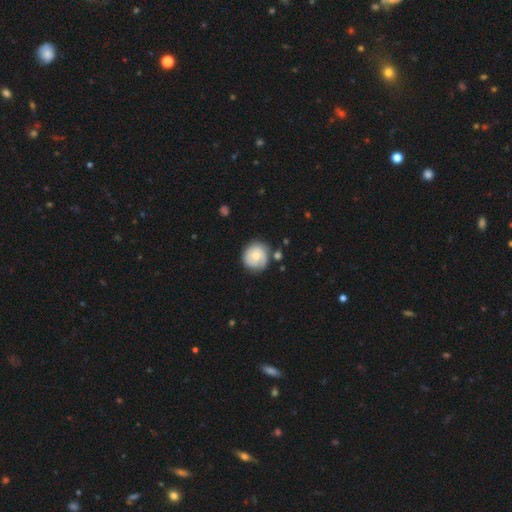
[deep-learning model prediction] Smooth or featured: featured or disk — 48% (smooth — 46%)
Merging: none — 71% (minor disturbance — 19%)